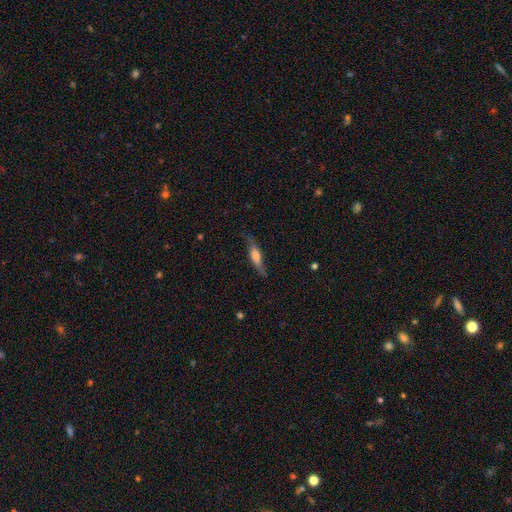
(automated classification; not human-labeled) Smooth or featured: featured or disk — 57% (smooth — 37%)
Edge-on disk: yes — 68% (no — 32%)
Merging: none — 71% (minor disturbance — 21%)